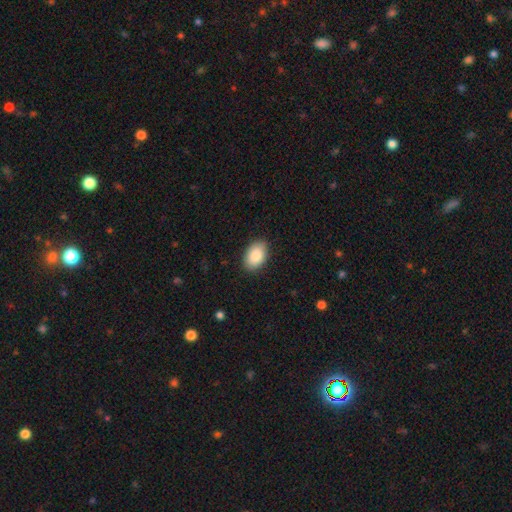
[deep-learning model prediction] A smooth galaxy with no disk features (88%) that is in between round and cigar-shaped (90%). Merging: none (88%).